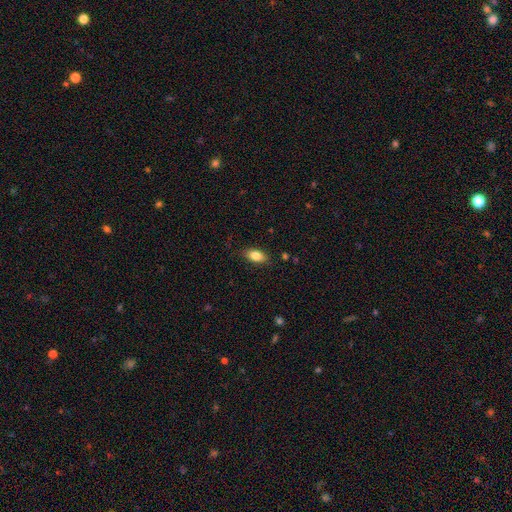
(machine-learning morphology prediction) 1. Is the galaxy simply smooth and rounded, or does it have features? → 83% smooth, 9% featured or disk, 8% star or artifact.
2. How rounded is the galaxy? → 89% in between, 6% round, 5% cigar-shaped.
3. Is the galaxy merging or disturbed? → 84% none, 13% minor disturbance, 3% major disturbance, 1% merger.